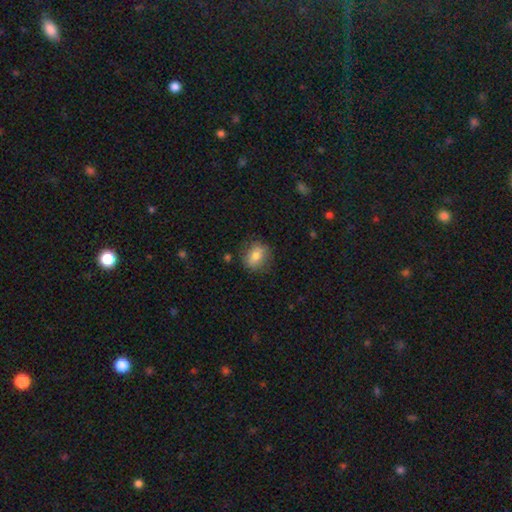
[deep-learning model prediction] Smooth or featured? Predicted: smooth (p=0.79). How rounded? Predicted: in between (p=0.55). Merging? Predicted: none (p=0.79).